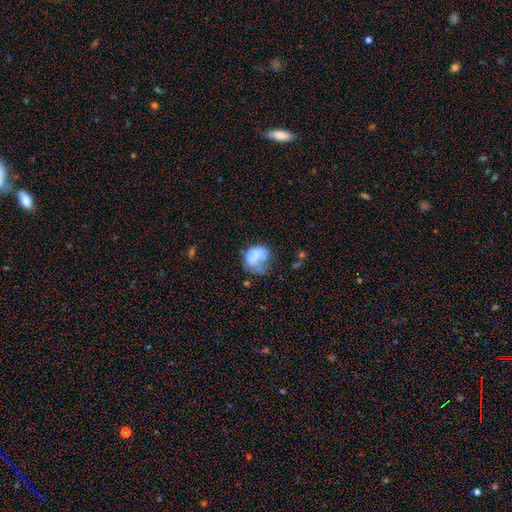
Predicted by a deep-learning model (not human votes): Smooth or featured? Predicted: smooth (p=0.60). How rounded? Predicted: round (p=0.50). Merging? Predicted: major disturbance (p=0.31).